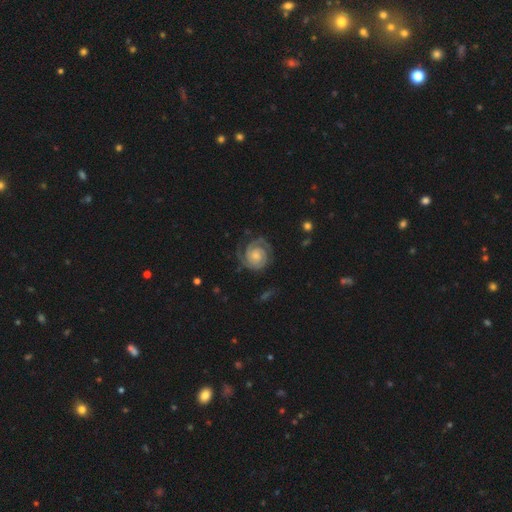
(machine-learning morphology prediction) Smooth or featured: featured or disk — 87% (smooth — 8%)
Edge-on disk: no — 98% (yes — 2%)
Bar: no — 73% (weak — 22%)
Spiral arms: yes — 98% (no — 2%)
Spiral winding: tight — 74% (medium — 22%)
Spiral arm count: 2 — 60% (3 — 17%)
Bulge size: small — 46% (moderate — 37%)
Merging: none — 73% (minor disturbance — 17%)